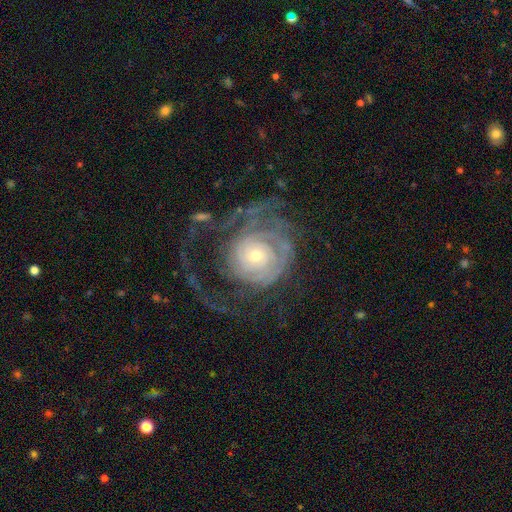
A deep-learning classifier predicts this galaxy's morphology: Smooth or featured?
  - featured or disk: 87% *
  - smooth: 8%
  - star or artifact: 6%
Edge-on disk?
  - no: 97% *
  - yes: 3%
Bar?
  - no: 76% *
  - weak: 18%
  - strong: 6%
Spiral arms?
  - yes: 94% *
  - no: 6%
Spiral winding?
  - tight: 69% *
  - medium: 20%
  - loose: 11%
Spiral arm count?
  - can't tell: 33% *
  - 2: 24%
  - 3: 14%
  - 4: 10%
  - 1: 10%
  - more than 4: 8%
Bulge size?
  - small: 61% *
  - moderate: 33%
  - large: 3%
  - dominant: 1%
  - none: 1%
Merging?
  - none: 47% *
  - major disturbance: 36%
  - minor disturbance: 14%
  - merger: 2%